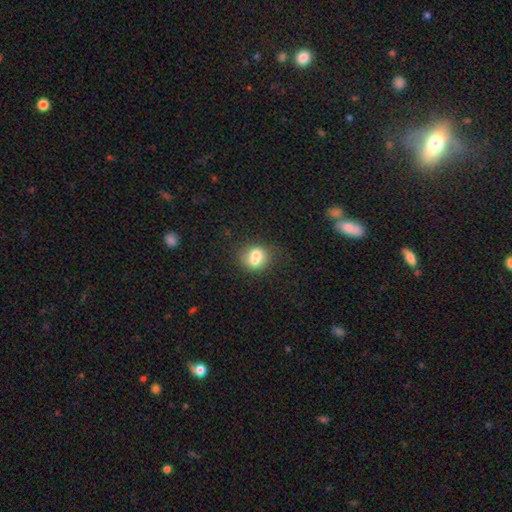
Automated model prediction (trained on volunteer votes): smooth_or_featured: smooth (p=0.69) [alt: featured or disk p=0.20]
how_rounded: round (p=0.71) [alt: in between p=0.28]
merging: merger (p=0.47) [alt: none p=0.38]